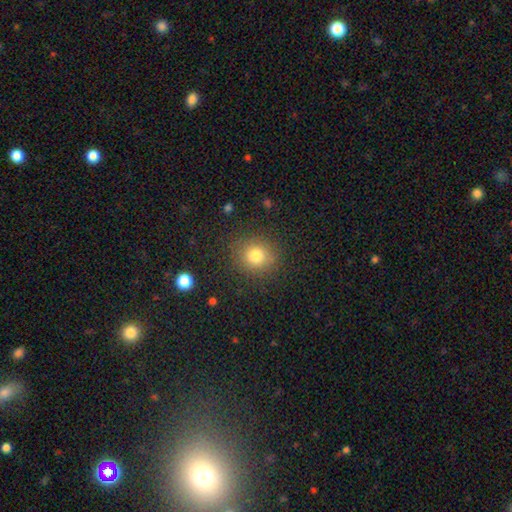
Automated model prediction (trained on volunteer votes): smooth_or_featured: smooth (p=0.78) [alt: star or artifact p=0.13]
how_rounded: round (p=0.84) [alt: in between p=0.16]
merging: none (p=0.86) [alt: minor disturbance p=0.09]